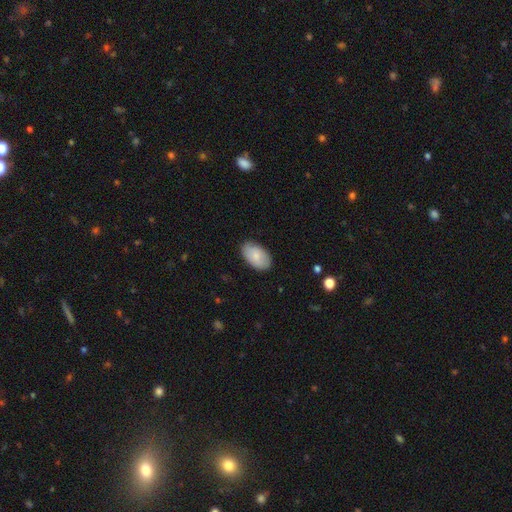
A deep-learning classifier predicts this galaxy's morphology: Overall: smooth (82%). How rounded: in between (94%). Merging: none (82%).